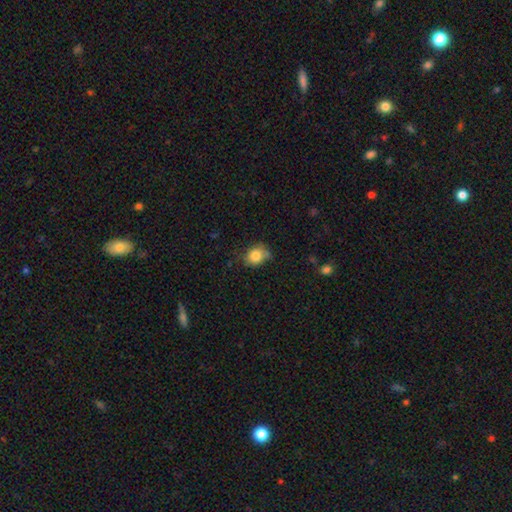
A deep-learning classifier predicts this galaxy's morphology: A smooth galaxy with no disk features (82%) that is round (56%). Merging: none (58%).